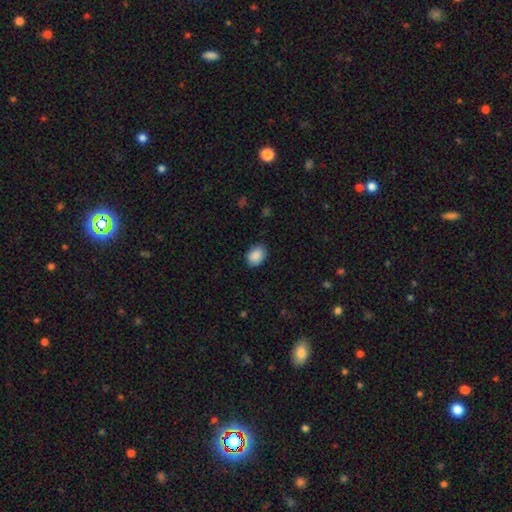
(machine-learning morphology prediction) Smooth or featured: smooth — 89% (star or artifact — 7%)
How rounded: in between — 74% (round — 25%)
Merging: none — 84% (minor disturbance — 13%)